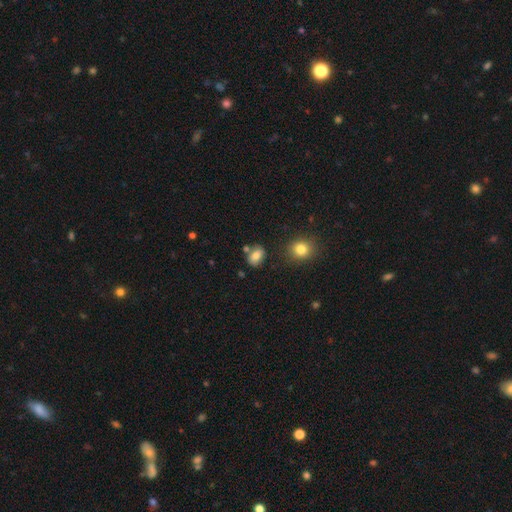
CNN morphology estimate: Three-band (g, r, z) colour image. It shows a smooth galaxy with no disk features (80%) that is in between round and cigar-shaped (78%). Merging: none (71%).